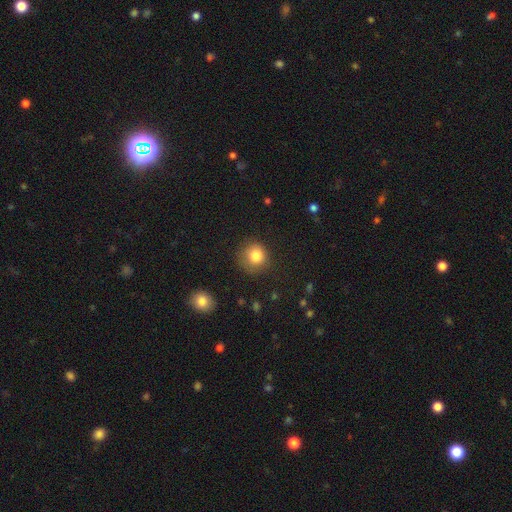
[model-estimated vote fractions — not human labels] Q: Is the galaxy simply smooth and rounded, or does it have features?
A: smooth — 83%.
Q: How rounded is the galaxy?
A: round — 89%.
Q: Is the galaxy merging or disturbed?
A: none — 78%.